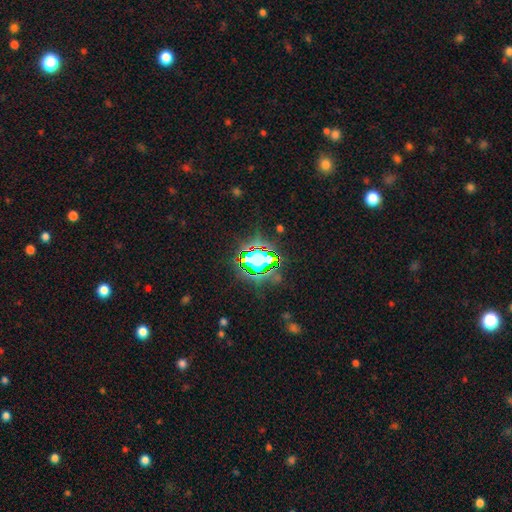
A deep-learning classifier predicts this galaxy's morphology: smooth-or-featured: star or artifact: 67% | smooth: 20% | featured or disk: 12%